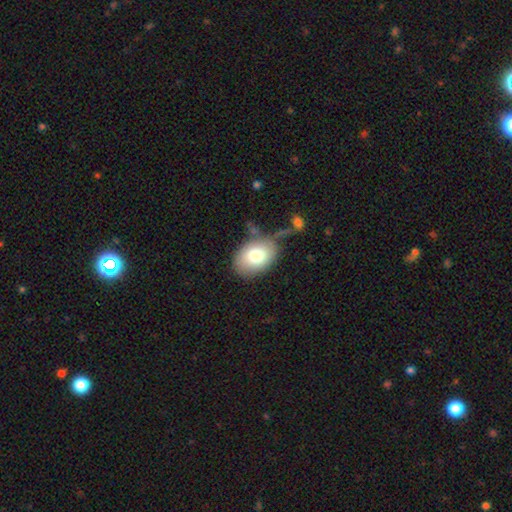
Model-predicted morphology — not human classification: type=smooth (78%); roundness=in between (80%); merging=none (67%).